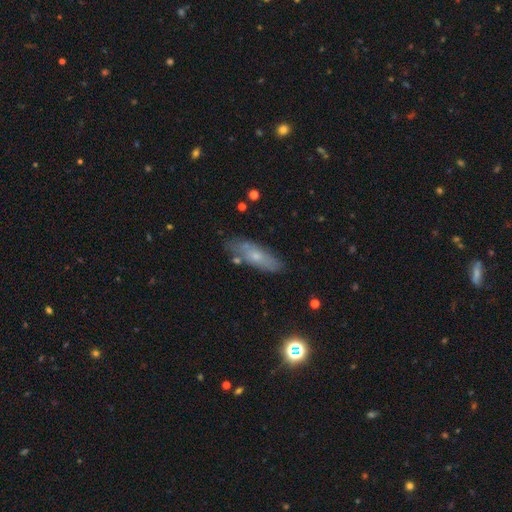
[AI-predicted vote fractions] Overall: smooth (55%; featured or disk 36%). How rounded: in between (56%; cigar-shaped 40%). Merging: none (69%).